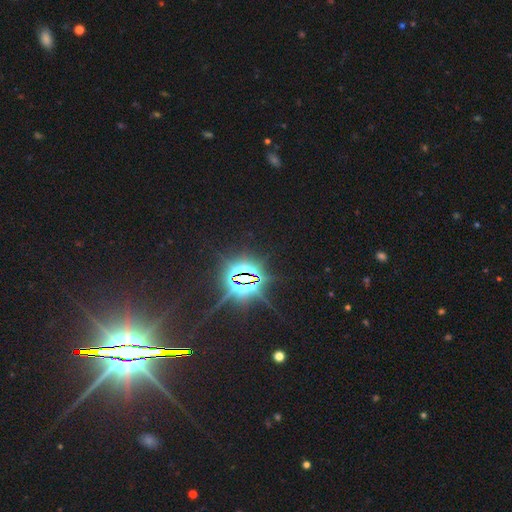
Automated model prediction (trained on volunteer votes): A star or artifact, not a galaxy (82%).

Vote fractions:
- Smooth or featured? star or artifact: 82% / featured or disk: 10% / smooth: 8%